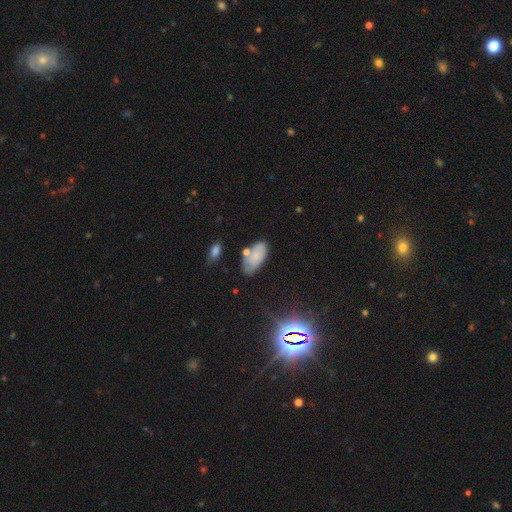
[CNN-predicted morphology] This is likely a smooth galaxy (73%). How rounded: clearly in between (93%). Merging: possibly none (58%).